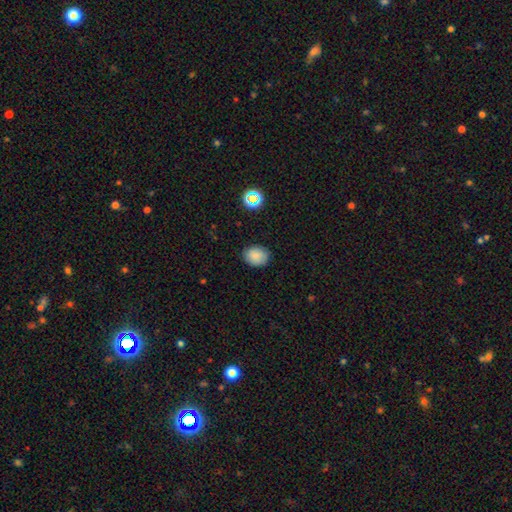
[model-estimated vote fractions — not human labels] Smooth or featured?
  - smooth: 83% *
  - star or artifact: 11%
  - featured or disk: 6%
How rounded?
  - round: 53% *
  - in between: 47%
  - cigar-shaped: 1%
Merging?
  - none: 82% *
  - minor disturbance: 14%
  - major disturbance: 3%
  - merger: 1%